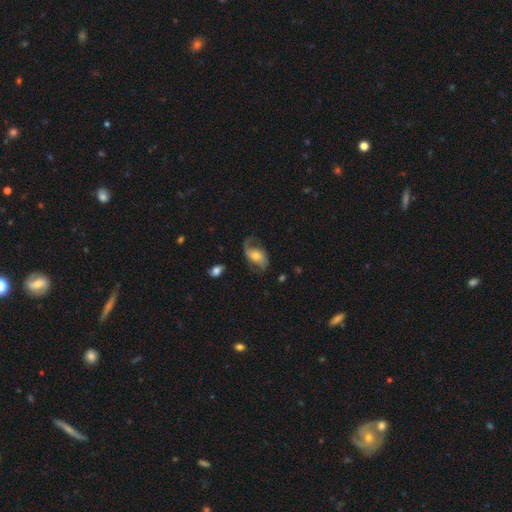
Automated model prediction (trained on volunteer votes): smooth_or_featured: featured or disk (p=0.68) [alt: smooth p=0.25]
disk_edge_on: no (p=0.95) [alt: yes p=0.05]
bar: no (p=0.54) [alt: weak p=0.31]
has_spiral_arms: yes (p=0.90) [alt: no p=0.10]
spiral_winding: loose (p=0.62) [alt: medium p=0.29]
spiral_arm_count: 2 (p=0.67) [alt: 1 p=0.25]
bulge_size: moderate (p=0.57) [alt: small p=0.34]
merging: none (p=0.52) [alt: major disturbance p=0.24]